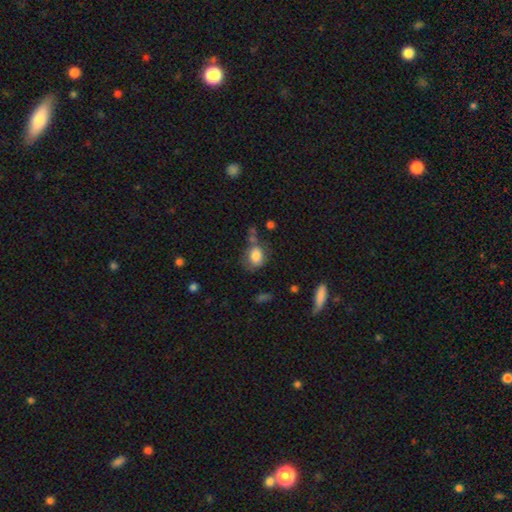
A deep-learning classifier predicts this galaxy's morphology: smooth-or-featured: smooth: 82% | featured or disk: 10% | star or artifact: 9%
  how-rounded: in between: 59% | round: 40% | cigar-shaped: 1%
  merging: none: 51% | minor disturbance: 26% | major disturbance: 13% | merger: 10%